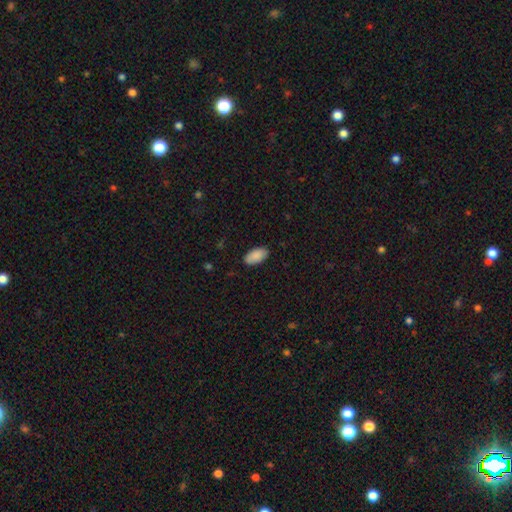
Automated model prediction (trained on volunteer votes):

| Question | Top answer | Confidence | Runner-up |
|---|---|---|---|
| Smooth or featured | smooth | 90% | star or artifact (6%) |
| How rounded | in between | 95% | cigar-shaped (2%) |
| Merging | none | 87% | minor disturbance (10%) |